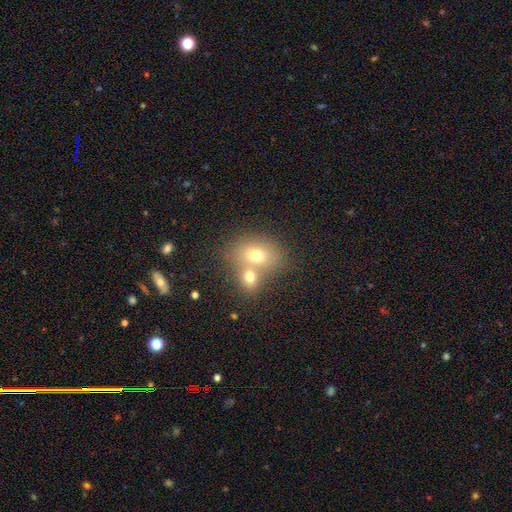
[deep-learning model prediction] Smooth or featured?
  - smooth: 64% *
  - featured or disk: 19%
  - star or artifact: 18%
How rounded?
  - in between: 52% *
  - round: 46%
  - cigar-shaped: 2%
Merging?
  - merger: 51% *
  - none: 38%
  - minor disturbance: 8%
  - major disturbance: 3%